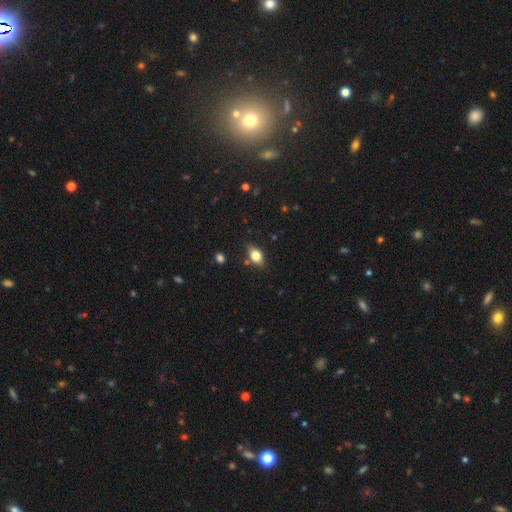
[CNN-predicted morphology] type=smooth (75%); roundness=in between (78%); merging=none (78%).